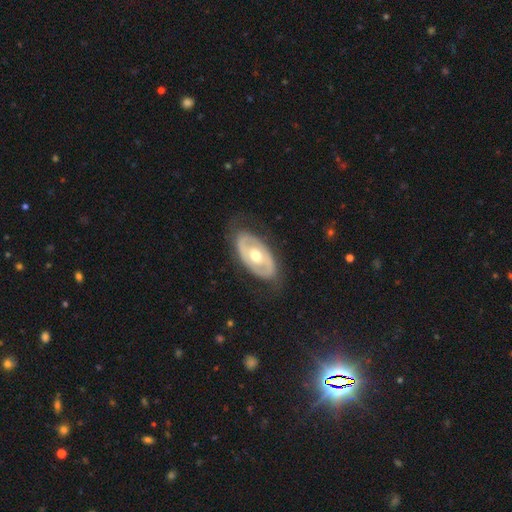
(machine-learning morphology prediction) smooth-or-featured: featured or disk: 69% | smooth: 27% | star or artifact: 4%
  disk-edge-on: no: 91% | yes: 9%
    bar: no: 70% | weak: 20% | strong: 11%
    has-spiral-arms: no: 61% | yes: 39%
    bulge-size: moderate: 76% | small: 13% | large: 9% | dominant: 1% | none: 1%
  merging: none: 78% | minor disturbance: 15% | major disturbance: 6% | merger: 1%